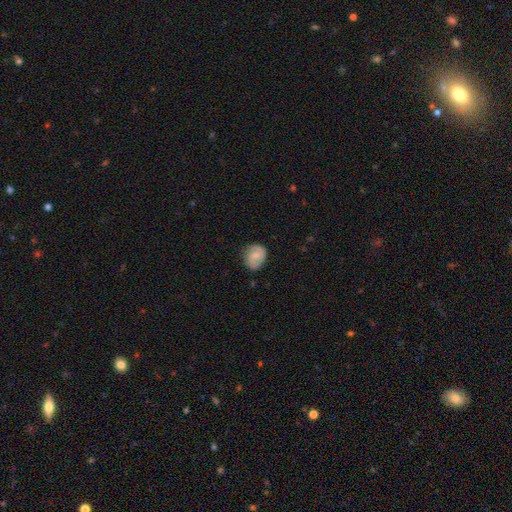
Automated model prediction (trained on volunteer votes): Smooth or featured? smooth (58%)
How rounded? round (62%)
Merging? none (67%)